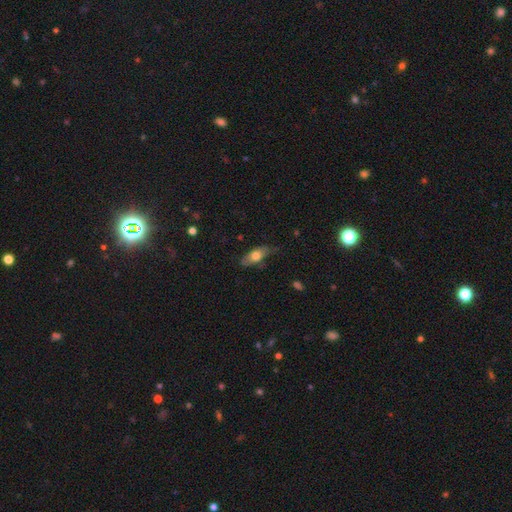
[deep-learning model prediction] Smooth or featured? Predicted: smooth (p=0.64). How rounded? Predicted: in between (p=0.75). Merging? Predicted: none (p=0.64).